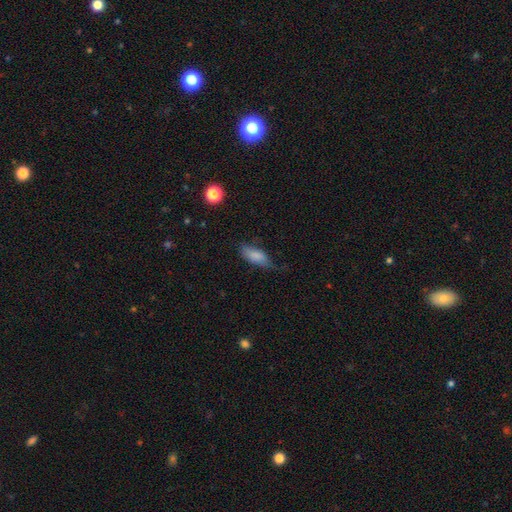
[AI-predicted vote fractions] This is clearly a smooth galaxy (80%). How rounded: likely in between (79%). Merging: possibly none (49%).